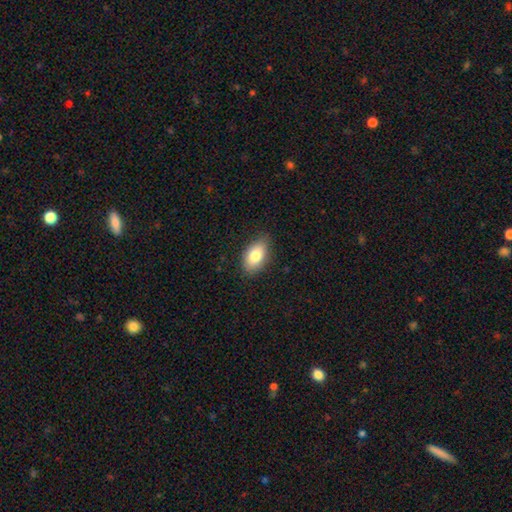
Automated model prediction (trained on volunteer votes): Smooth or featured? Predicted: smooth (p=0.81). How rounded? Predicted: in between (p=0.91). Merging? Predicted: none (p=0.83).